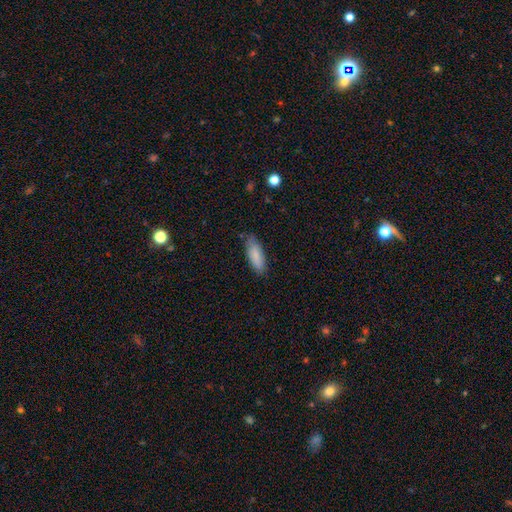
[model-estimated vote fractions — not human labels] Smooth or featured? Predicted: smooth (p=0.85). How rounded? Predicted: in between (p=0.60). Merging? Predicted: none (p=0.81).